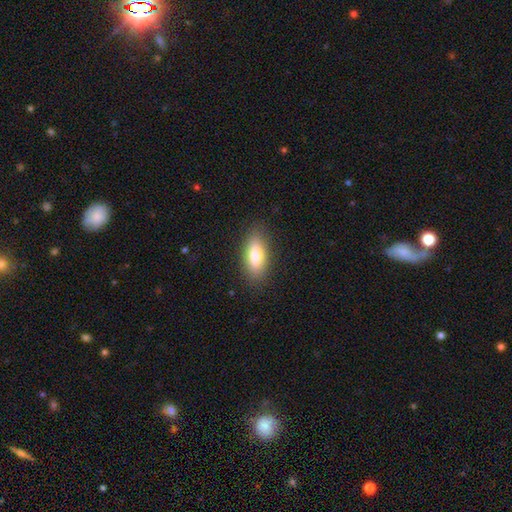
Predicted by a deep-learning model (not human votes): Q: Smooth or featured?
A: smooth (79%); runner-up: featured or disk (13%)
Q: How rounded?
A: in between (80%); runner-up: cigar-shaped (17%)
Q: Merging?
A: none (86%); runner-up: minor disturbance (11%)